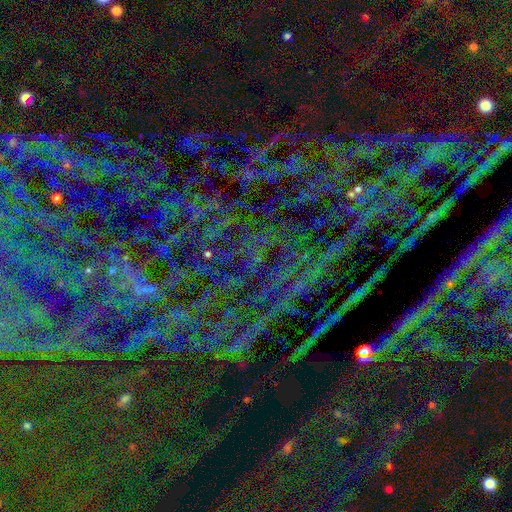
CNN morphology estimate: This appears to be a star or artifact, not a galaxy (82%).